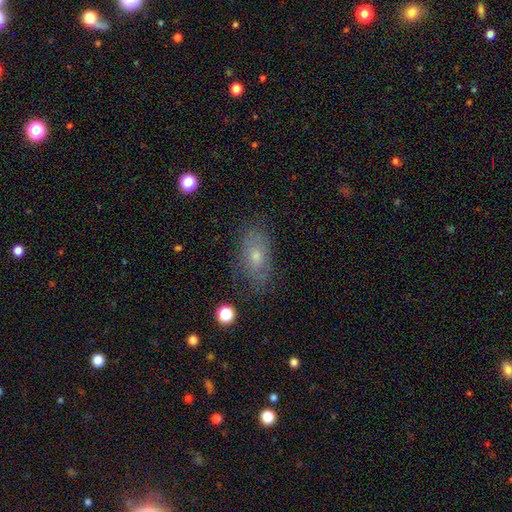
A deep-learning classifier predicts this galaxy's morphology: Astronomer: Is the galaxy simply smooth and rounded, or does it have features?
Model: smooth — 50% (runner-up: featured or disk, 34%).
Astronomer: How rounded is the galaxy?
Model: in between — 84%.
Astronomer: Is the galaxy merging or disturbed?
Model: none — 76%.